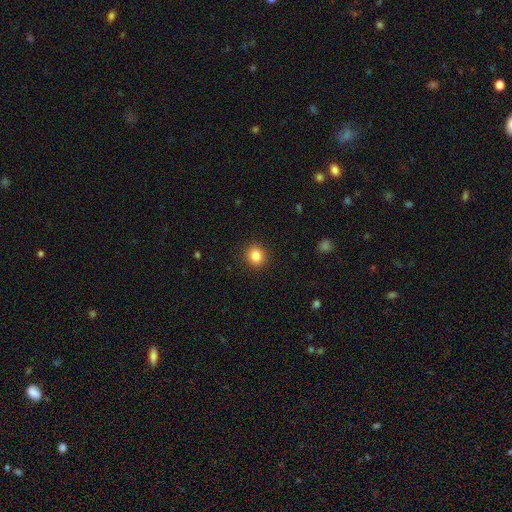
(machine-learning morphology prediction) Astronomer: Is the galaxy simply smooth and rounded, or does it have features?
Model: smooth — 84%.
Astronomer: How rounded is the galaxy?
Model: round — 83%.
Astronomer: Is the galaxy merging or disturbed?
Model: none — 91%.